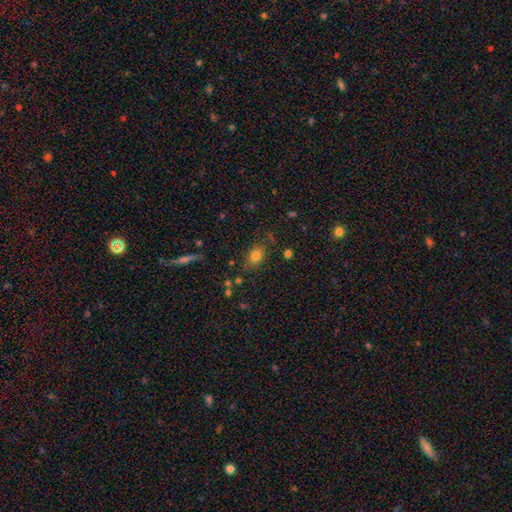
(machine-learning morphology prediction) Smooth or featured: smooth — 78% (star or artifact — 14%)
How rounded: in between — 69% (round — 29%)
Merging: none — 76% (minor disturbance — 15%)